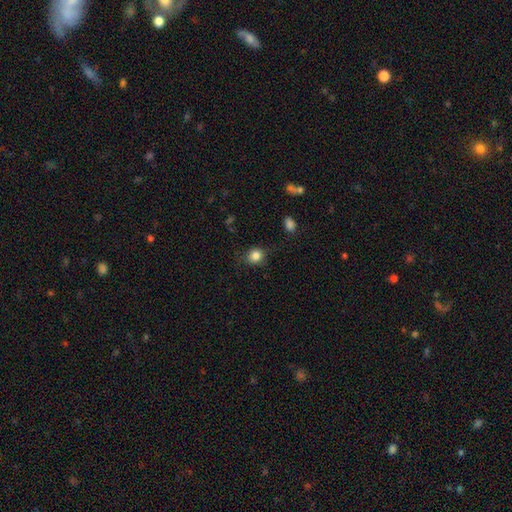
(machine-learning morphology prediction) Q: Smooth or featured?
A: smooth (84%); runner-up: star or artifact (11%)
Q: How rounded?
A: round (77%); runner-up: in between (22%)
Q: Merging?
A: none (78%); runner-up: minor disturbance (16%)